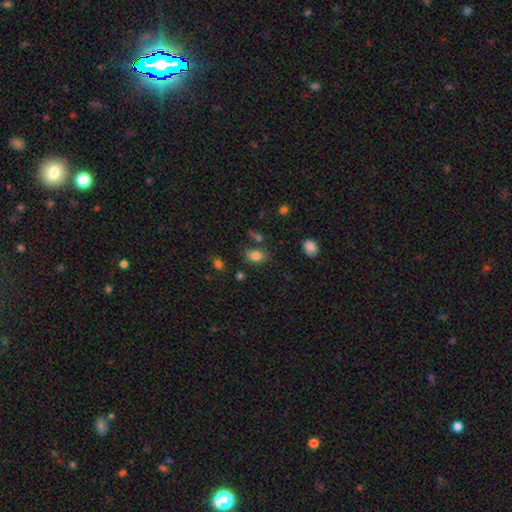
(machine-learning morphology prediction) Smooth or featured?
  - smooth: 82% *
  - star or artifact: 11%
  - featured or disk: 7%
How rounded?
  - in between: 72% *
  - round: 27%
  - cigar-shaped: 1%
Merging?
  - none: 72% *
  - minor disturbance: 16%
  - merger: 7%
  - major disturbance: 5%